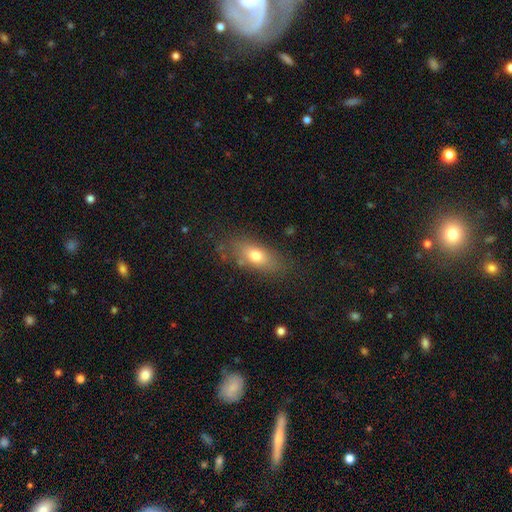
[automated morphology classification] Smooth or featured? Predicted: smooth (p=0.71). How rounded? Predicted: in between (p=0.79). Merging? Predicted: none (p=0.76).